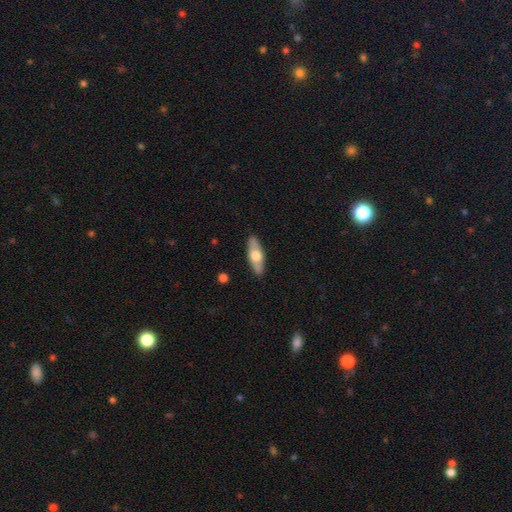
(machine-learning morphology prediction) Overall: smooth (53%; featured or disk 42%). How rounded: in between (64%; cigar-shaped 33%). Merging: none (87%).